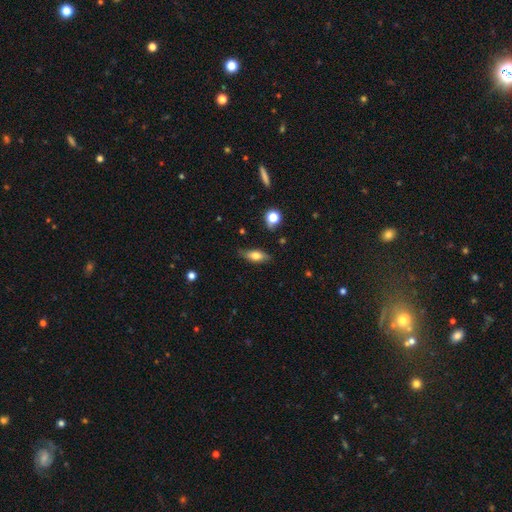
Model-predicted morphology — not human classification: type=smooth (65%); roundness=in between (72%); merging=none (79%).